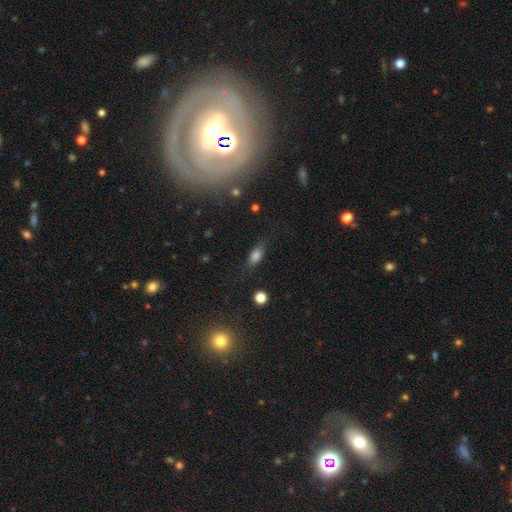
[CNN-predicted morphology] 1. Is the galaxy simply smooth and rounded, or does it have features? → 75% smooth, 14% featured or disk, 11% star or artifact.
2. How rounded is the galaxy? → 73% in between, 20% cigar-shaped, 7% round.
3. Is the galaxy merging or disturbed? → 74% none, 17% minor disturbance, 6% major disturbance, 2% merger.